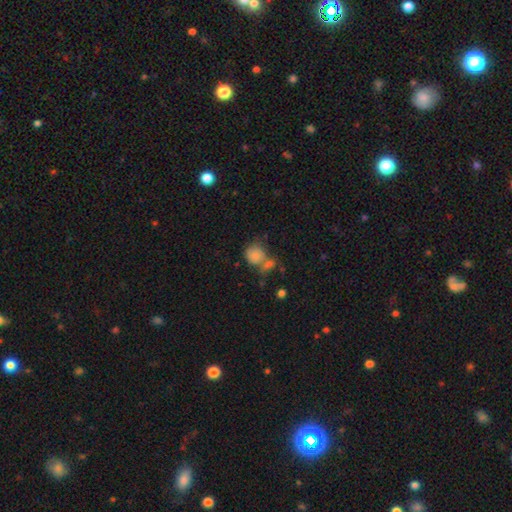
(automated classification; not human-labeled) smooth-or-featured: smooth: 80% | featured or disk: 11% | star or artifact: 9%
  how-rounded: round: 74% | in between: 25% | cigar-shaped: 1%
  merging: none: 40% | merger: 39% | minor disturbance: 15% | major disturbance: 7%